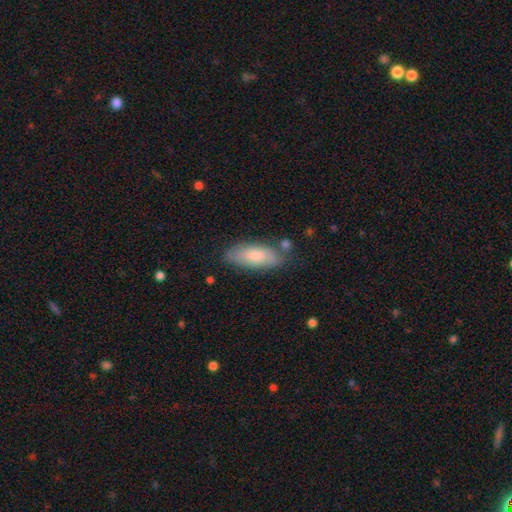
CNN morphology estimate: A smooth galaxy with no disk features (79%) that is in between round and cigar-shaped (79%). Merging: none (76%).